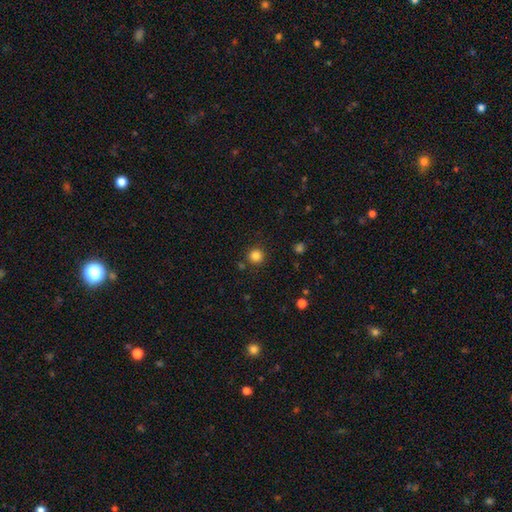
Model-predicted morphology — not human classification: type=smooth (83%); roundness=round (95%); merging=none (88%).